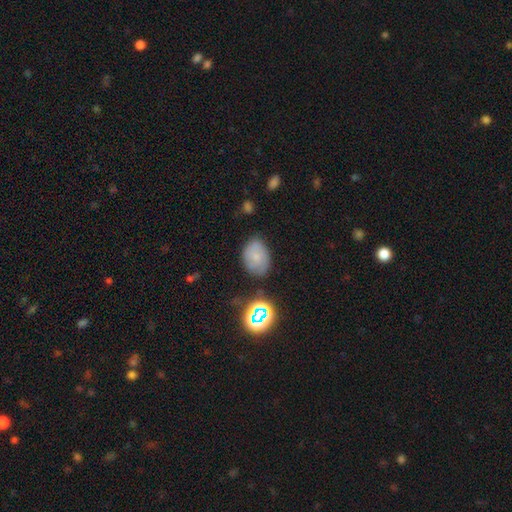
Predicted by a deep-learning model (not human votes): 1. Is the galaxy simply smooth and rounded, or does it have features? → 66% smooth, 19% featured or disk, 15% star or artifact.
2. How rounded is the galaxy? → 80% in between, 19% round, 1% cigar-shaped.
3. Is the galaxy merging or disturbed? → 71% none, 20% minor disturbance, 5% major disturbance, 3% merger.